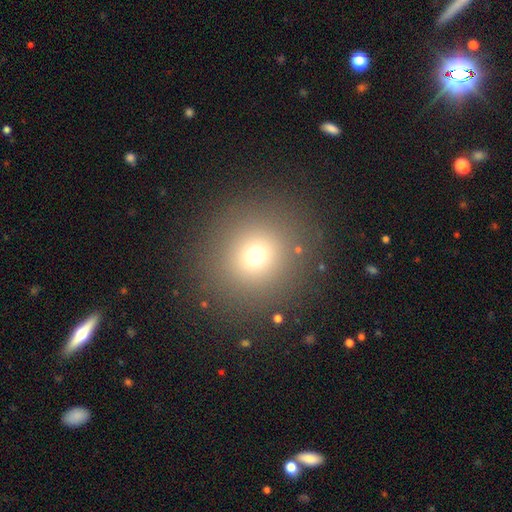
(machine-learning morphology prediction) Smooth or featured: smooth — 69% (star or artifact — 21%)
How rounded: round — 93% (in between — 6%)
Merging: none — 88% (minor disturbance — 6%)